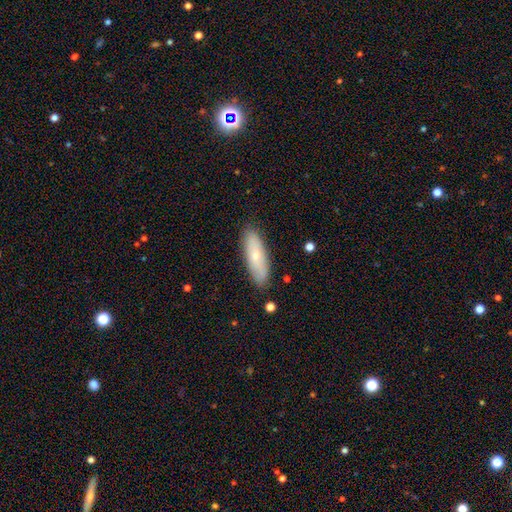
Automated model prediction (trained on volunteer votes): This appears to be a smooth galaxy with no disk features (67%) that is in between round and cigar-shaped (52%). Merging: none (84%).